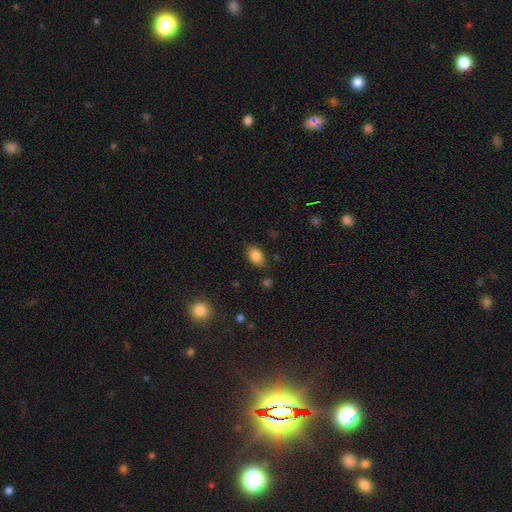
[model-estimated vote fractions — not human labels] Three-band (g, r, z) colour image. It shows a smooth galaxy with no disk features (85%) that is in between round and cigar-shaped (79%). Merging: none (77%).